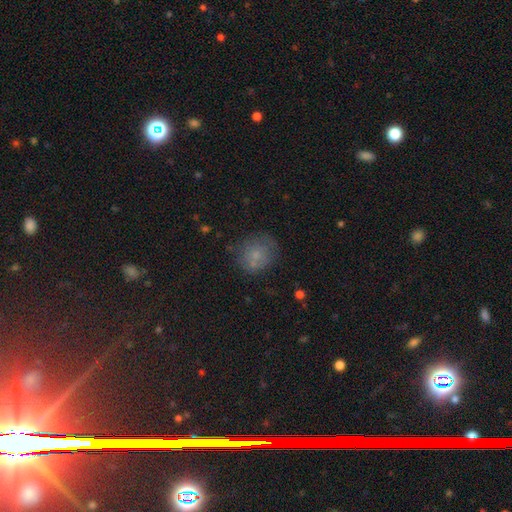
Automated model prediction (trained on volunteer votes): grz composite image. It shows a smooth galaxy with no disk features (68%) that is round (78%). Merging: none (63%).